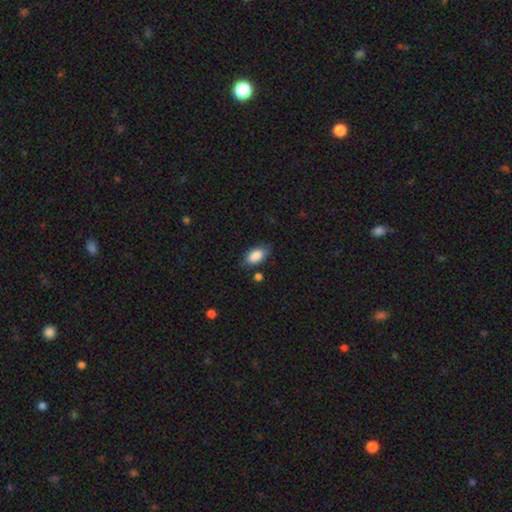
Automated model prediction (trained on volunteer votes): Smooth or featured?
  - smooth: 87% *
  - star or artifact: 7%
  - featured or disk: 6%
How rounded?
  - in between: 91% *
  - round: 5%
  - cigar-shaped: 4%
Merging?
  - none: 75% *
  - minor disturbance: 18%
  - major disturbance: 4%
  - merger: 3%